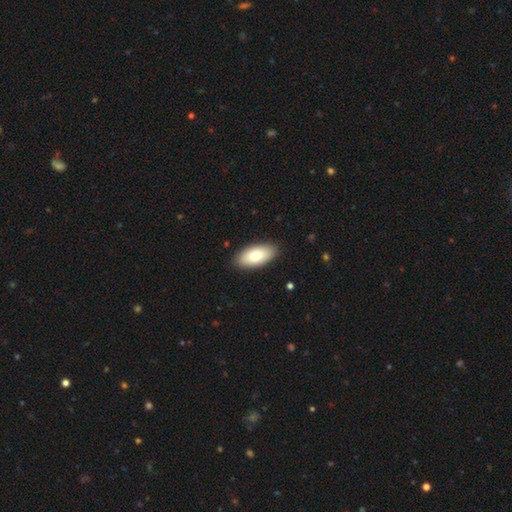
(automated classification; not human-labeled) Smooth or featured: smooth — 82% (featured or disk — 12%)
How rounded: in between — 92% (cigar-shaped — 6%)
Merging: none — 88% (minor disturbance — 9%)